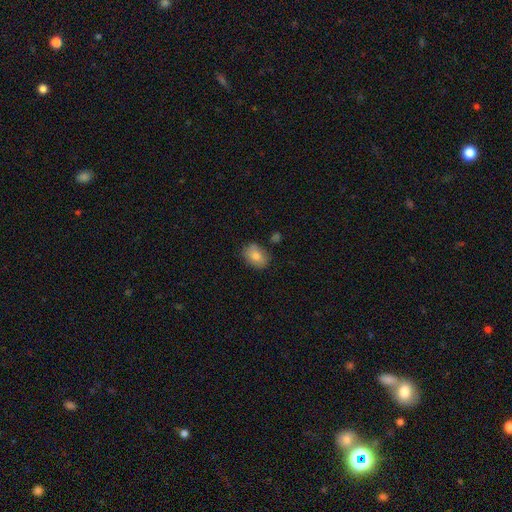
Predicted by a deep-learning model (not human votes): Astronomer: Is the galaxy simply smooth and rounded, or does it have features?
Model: smooth — 80%.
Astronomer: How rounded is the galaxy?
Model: in between — 73%.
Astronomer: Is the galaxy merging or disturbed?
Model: none — 79%.